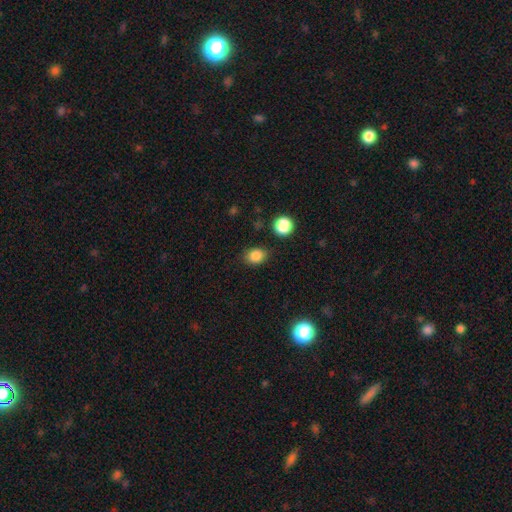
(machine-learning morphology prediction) Overall: smooth (85%). How rounded: in between (52%; round 47%). Merging: none (81%).